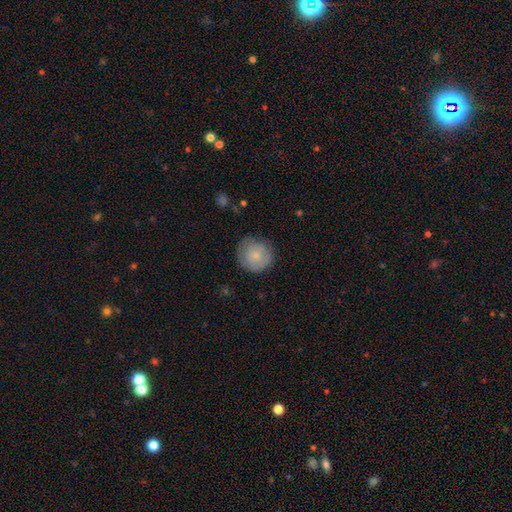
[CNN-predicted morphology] A smooth galaxy with no disk features (74%) that is round (92%).

Vote fractions:
- Smooth or featured? smooth: 74% / featured or disk: 19% / star or artifact: 7%
- How rounded? round: 92% / in between: 7% / cigar-shaped: 1%
- Merging? none: 74% / minor disturbance: 19% / major disturbance: 5% / merger: 1%